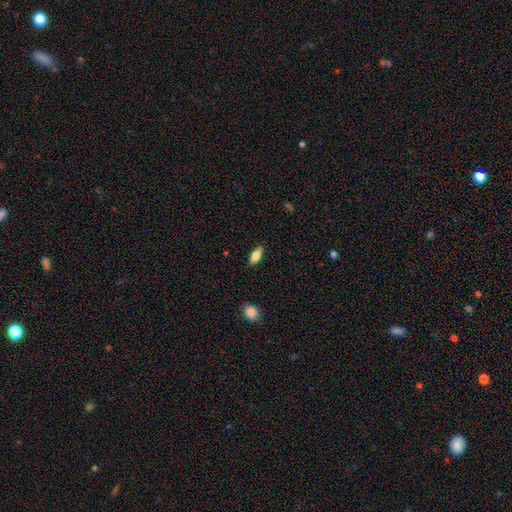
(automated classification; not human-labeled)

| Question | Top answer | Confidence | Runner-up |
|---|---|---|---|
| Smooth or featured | smooth | 75% | featured or disk (18%) |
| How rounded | in between | 78% | cigar-shaped (19%) |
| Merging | none | 87% | minor disturbance (10%) |